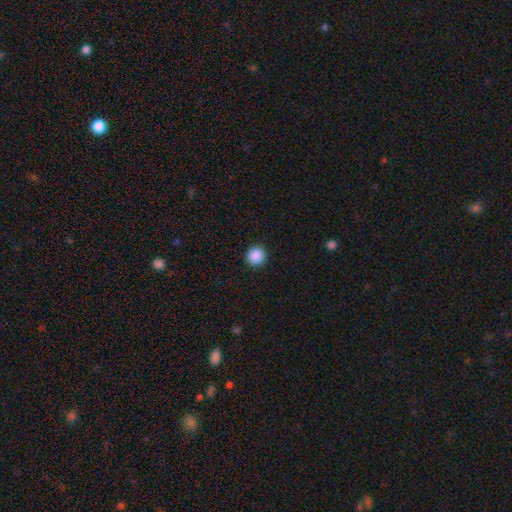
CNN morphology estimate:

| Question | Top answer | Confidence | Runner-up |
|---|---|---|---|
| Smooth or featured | smooth | 89% | star or artifact (9%) |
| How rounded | round | 94% | in between (5%) |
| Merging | none | 93% | minor disturbance (4%) |